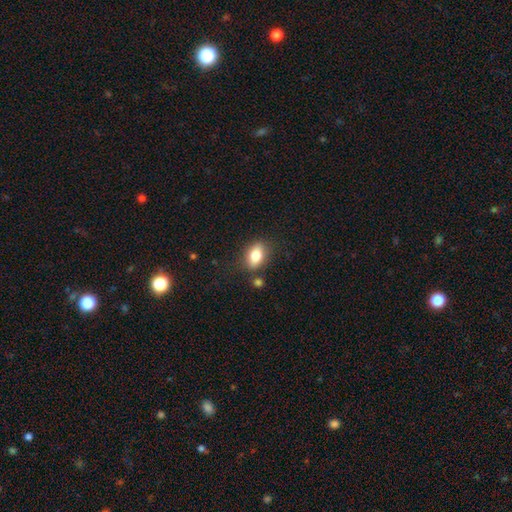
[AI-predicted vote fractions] This is likely a smooth galaxy (77%). How rounded: clearly in between (84%). Merging: likely none (77%).